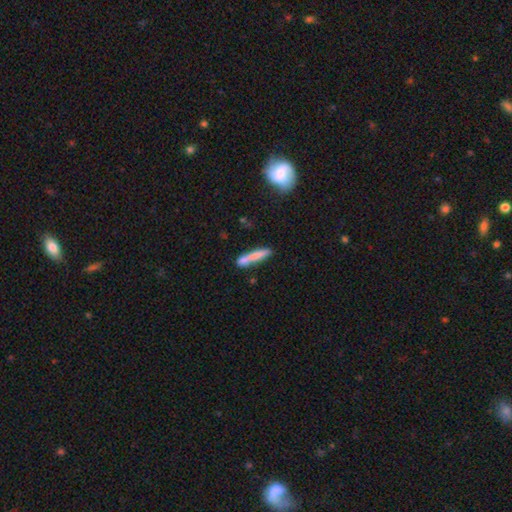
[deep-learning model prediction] Q: Smooth or featured?
A: smooth (74%); runner-up: featured or disk (19%)
Q: How rounded?
A: cigar-shaped (90%); runner-up: in between (8%)
Q: Merging?
A: none (64%); runner-up: minor disturbance (16%)